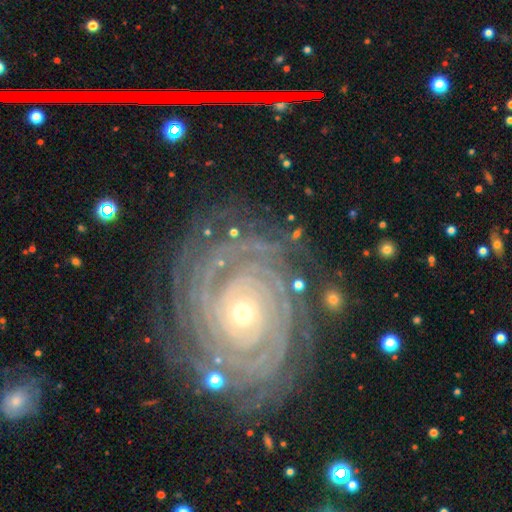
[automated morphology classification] smooth_or_featured: featured or disk (p=0.91) [alt: star or artifact p=0.06]
disk_edge_on: no (p=0.97) [alt: yes p=0.03]
bar: no (p=0.79) [alt: weak p=0.13]
has_spiral_arms: yes (p=0.98) [alt: no p=0.02]
spiral_winding: tight (p=0.89) [alt: medium p=0.09]
spiral_arm_count: can't tell (p=0.20) [alt: 4 p=0.19]
bulge_size: small (p=0.61) [alt: moderate p=0.36]
merging: none (p=0.80) [alt: minor disturbance p=0.13]